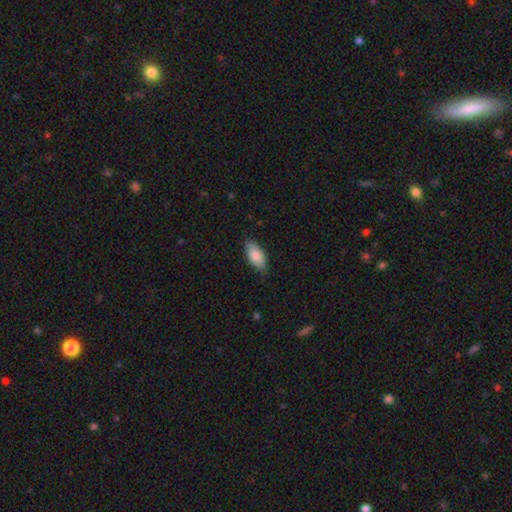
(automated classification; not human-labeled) This appears to be a smooth galaxy with no disk features (85%) that is in between round and cigar-shaped (91%). Merging: none (78%).